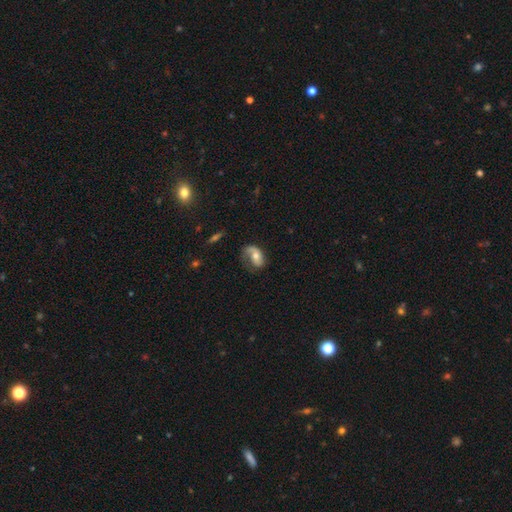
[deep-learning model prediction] Smooth or featured? Predicted: featured or disk (p=0.62). Edge-on disk? Predicted: no (p=0.96). Bar? Predicted: no (p=0.62). Spiral arms? Predicted: yes (p=0.85). Spiral winding? Predicted: loose (p=0.43). Spiral arm count? Predicted: 1 (p=0.50). Bulge size? Predicted: moderate (p=0.62). Merging? Predicted: none (p=0.44).